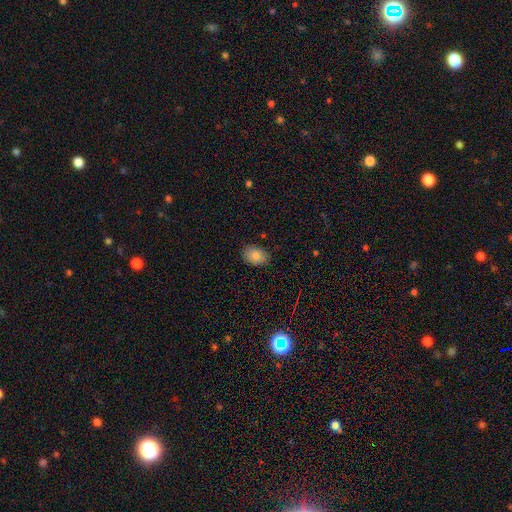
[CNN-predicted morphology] Q: Smooth or featured?
A: smooth (85%); runner-up: star or artifact (8%)
Q: How rounded?
A: in between (79%); runner-up: round (20%)
Q: Merging?
A: none (85%); runner-up: minor disturbance (12%)